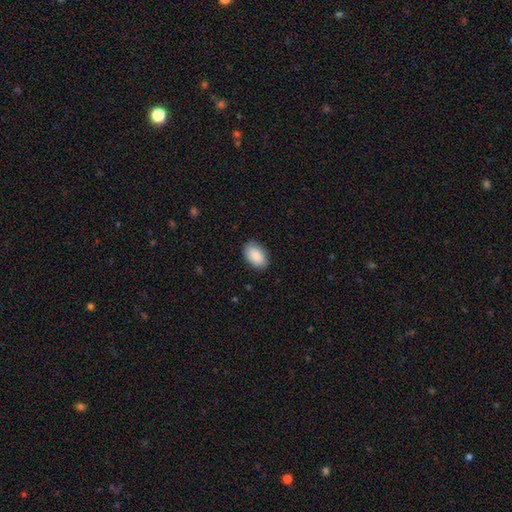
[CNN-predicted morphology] The model was most divided on "merging": none: 87%, minor disturbance: 10%, major disturbance: 2%, merger: 1%. More confident: how rounded — in between (93%); smooth or featured — smooth (90%).